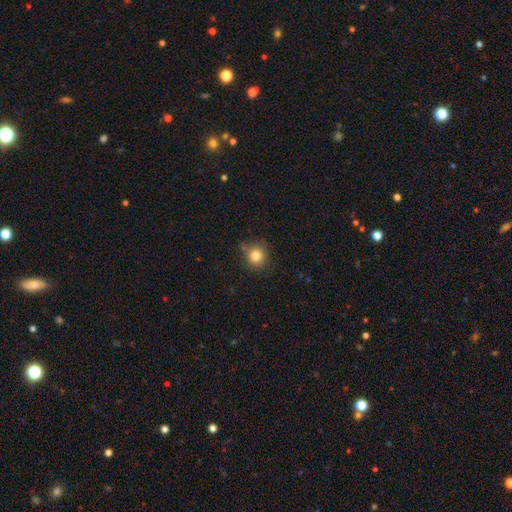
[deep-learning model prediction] smooth_or_featured: smooth (p=0.82) [alt: star or artifact p=0.11]
how_rounded: round (p=0.92) [alt: in between p=0.07]
merging: none (p=0.81) [alt: minor disturbance p=0.12]